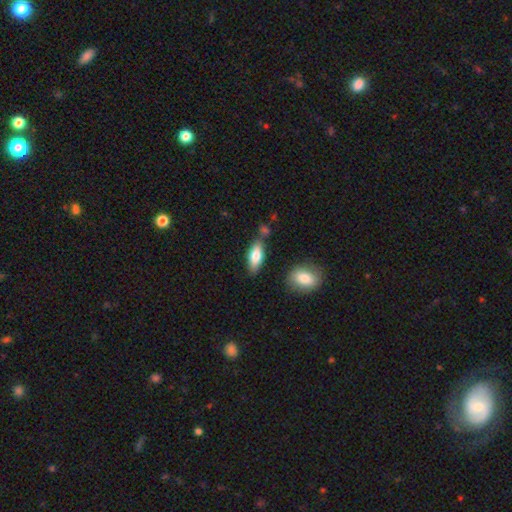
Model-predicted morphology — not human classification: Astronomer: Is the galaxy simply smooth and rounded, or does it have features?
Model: smooth — 76%.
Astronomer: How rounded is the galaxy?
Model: in between — 73%.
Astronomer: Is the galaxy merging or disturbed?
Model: none — 71%.